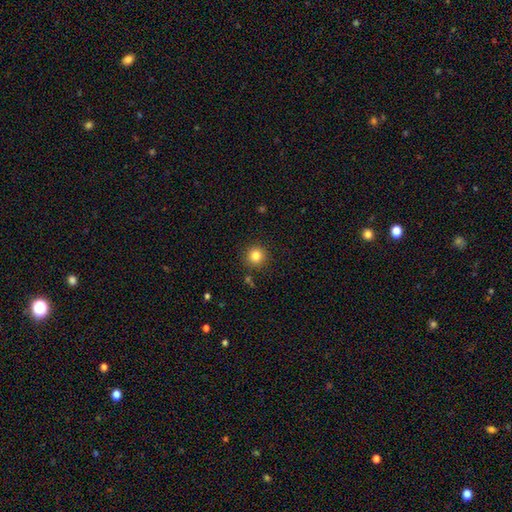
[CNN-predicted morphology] This appears to be a smooth galaxy with no disk features (82%) that is round (95%). Merging: none (90%).